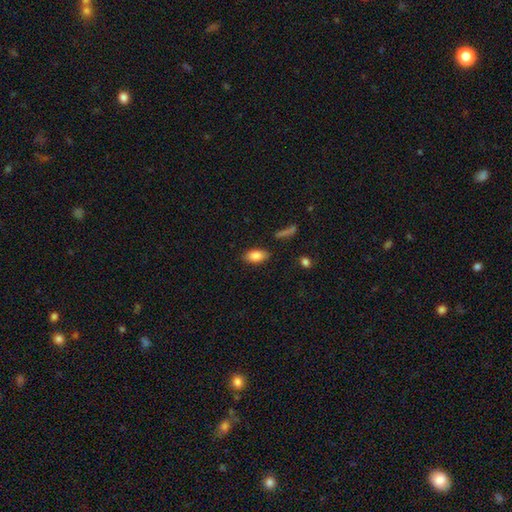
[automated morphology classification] The model was most divided on "merging": none: 85%, minor disturbance: 10%, major disturbance: 3%, merger: 2%. More confident: how rounded — in between (91%); smooth or featured — smooth (85%).